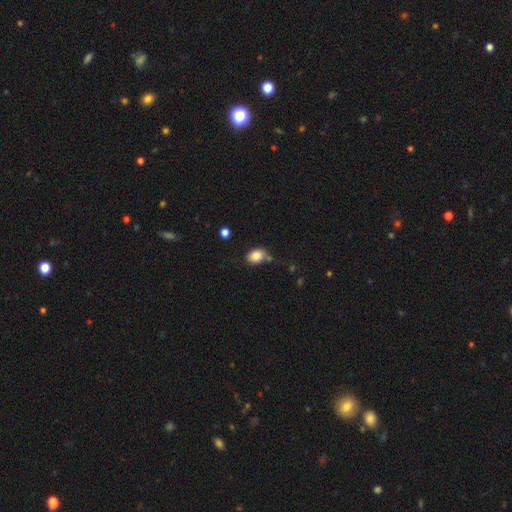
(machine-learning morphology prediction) smooth-or-featured: smooth: 85% | star or artifact: 9% | featured or disk: 6%
  how-rounded: in between: 61% | round: 38% | cigar-shaped: 1%
  merging: none: 67% | minor disturbance: 19% | merger: 9% | major disturbance: 5%